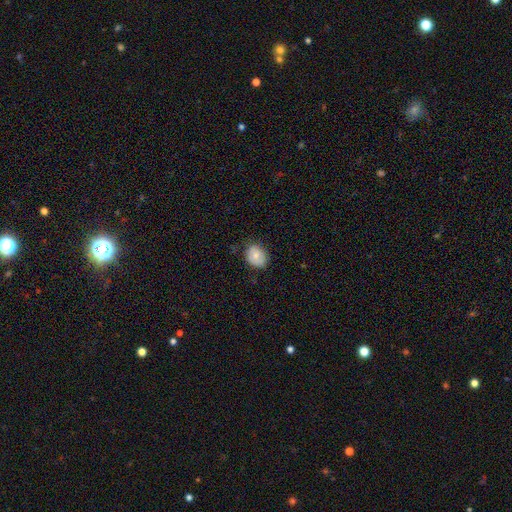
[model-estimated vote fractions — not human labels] Overall: smooth (74%). How rounded: in between (51%; round 48%). Merging: none (72%).